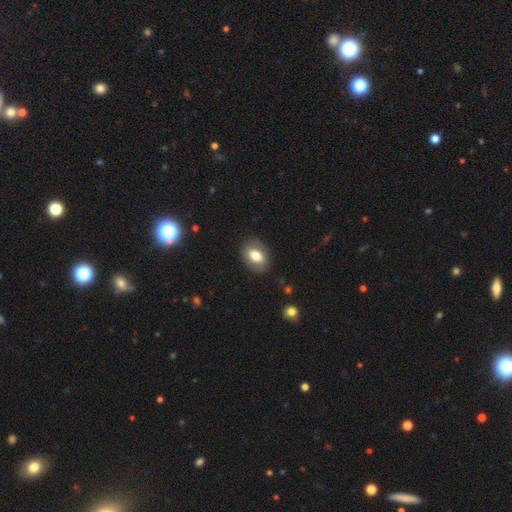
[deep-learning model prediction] Morphology: type=smooth (77%); roundness=in between (77%); merging=none (85%).